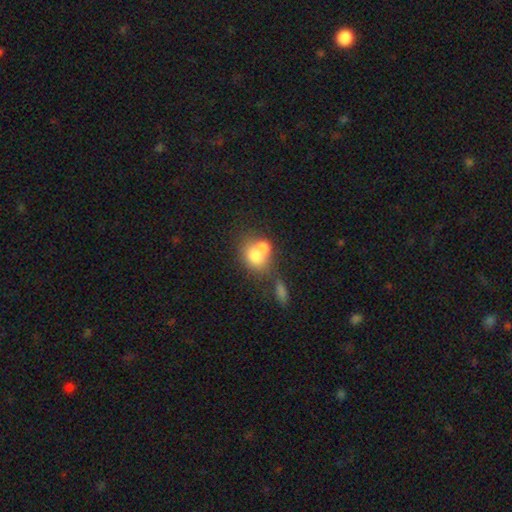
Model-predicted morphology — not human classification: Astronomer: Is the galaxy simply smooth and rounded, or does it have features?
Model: smooth — 70%.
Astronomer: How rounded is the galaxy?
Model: round — 59% (runner-up: in between, 40%).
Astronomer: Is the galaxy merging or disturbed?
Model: merger — 58%.